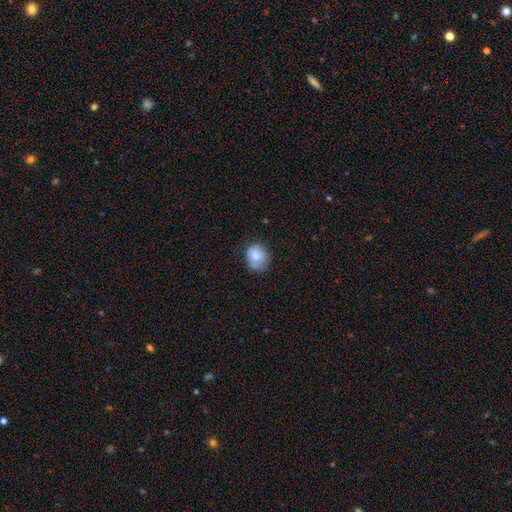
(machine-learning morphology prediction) A smooth galaxy with no disk features (78%) that is round (64%). Merging: none (66%).